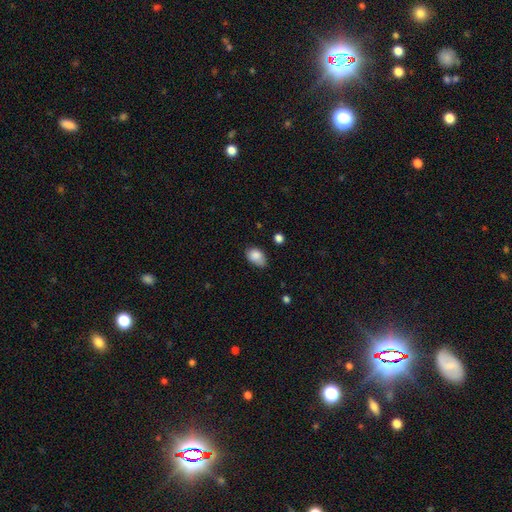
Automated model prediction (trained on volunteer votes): Smooth or featured?
  - smooth: 85% *
  - star or artifact: 8%
  - featured or disk: 7%
How rounded?
  - in between: 85% *
  - round: 14%
  - cigar-shaped: 1%
Merging?
  - none: 57% *
  - minor disturbance: 35%
  - major disturbance: 6%
  - merger: 3%